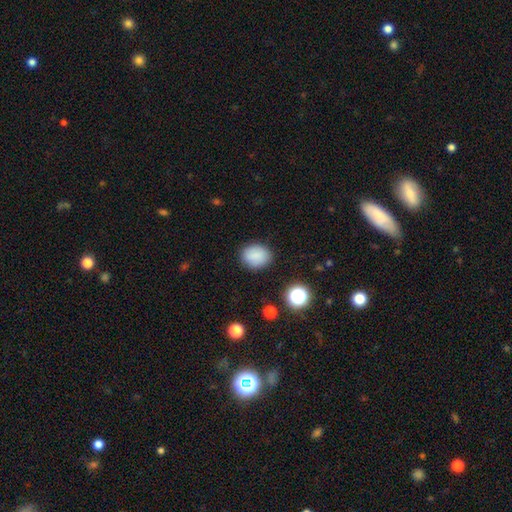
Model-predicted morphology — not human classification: A smooth galaxy with no disk features (85%) that is round (52%).

Vote fractions:
- Smooth or featured? smooth: 85% / star or artifact: 10% / featured or disk: 5%
- How rounded? round: 52% / in between: 47% / cigar-shaped: 1%
- Merging? none: 85% / minor disturbance: 11% / major disturbance: 3% / merger: 1%